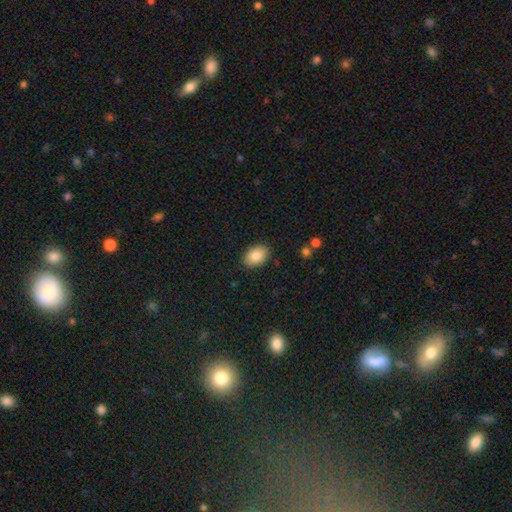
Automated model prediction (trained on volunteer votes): smooth-or-featured: smooth: 84% | featured or disk: 8% | star or artifact: 7%
  how-rounded: in between: 82% | round: 17% | cigar-shaped: 1%
  merging: none: 88% | minor disturbance: 9% | major disturbance: 2% | merger: 1%